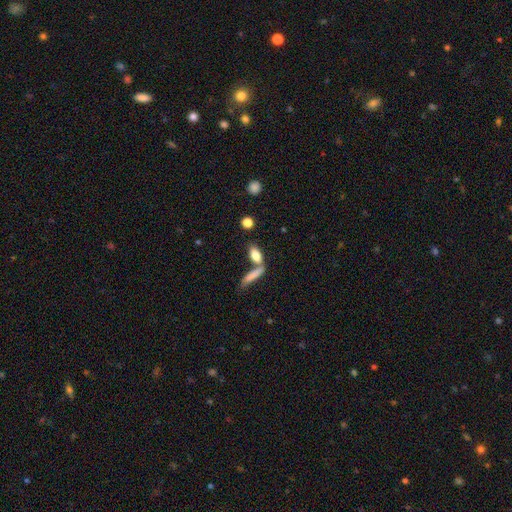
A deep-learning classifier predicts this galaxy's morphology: Smooth or featured? Predicted: smooth (p=0.80). How rounded? Predicted: in between (p=0.69). Merging? Predicted: none (p=0.51).